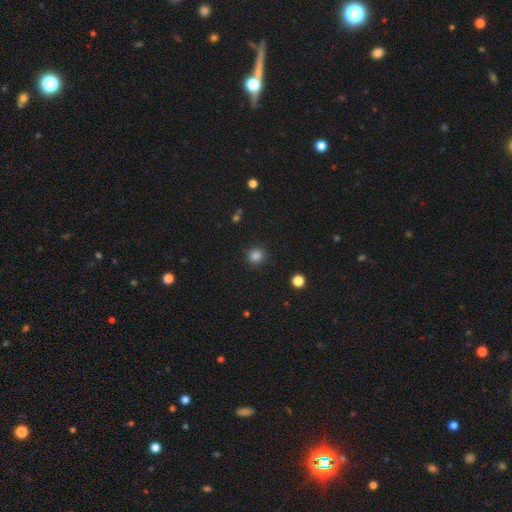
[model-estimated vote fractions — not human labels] A smooth galaxy with no disk features (84%) that is round (92%). Merging: none (91%).